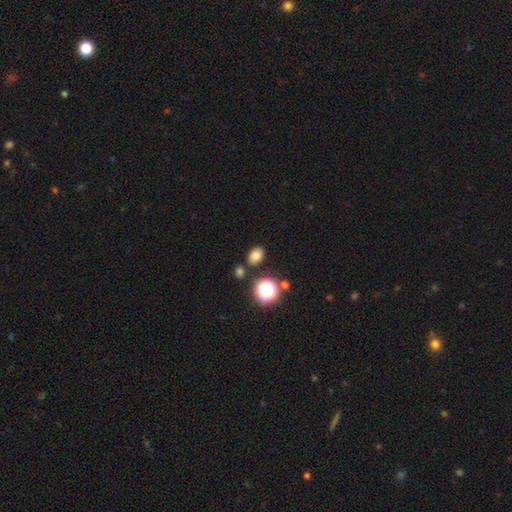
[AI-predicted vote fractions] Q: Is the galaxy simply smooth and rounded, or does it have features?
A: smooth — 76%.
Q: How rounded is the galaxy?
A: in between — 74%.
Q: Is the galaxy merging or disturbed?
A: none — 81%.